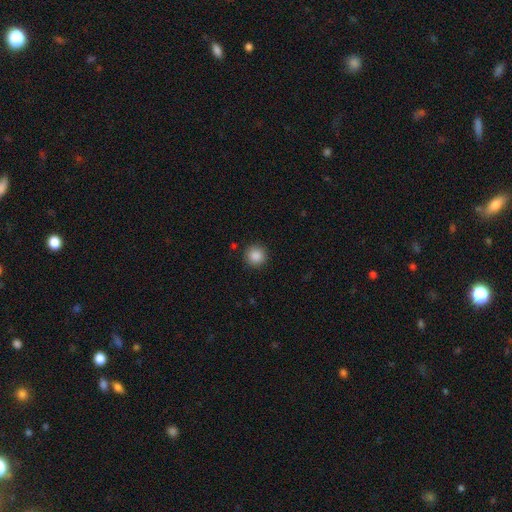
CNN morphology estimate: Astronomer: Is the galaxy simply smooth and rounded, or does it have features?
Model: smooth — 87%.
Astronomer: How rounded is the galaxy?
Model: round — 95%.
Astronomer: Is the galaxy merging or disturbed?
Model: none — 91%.